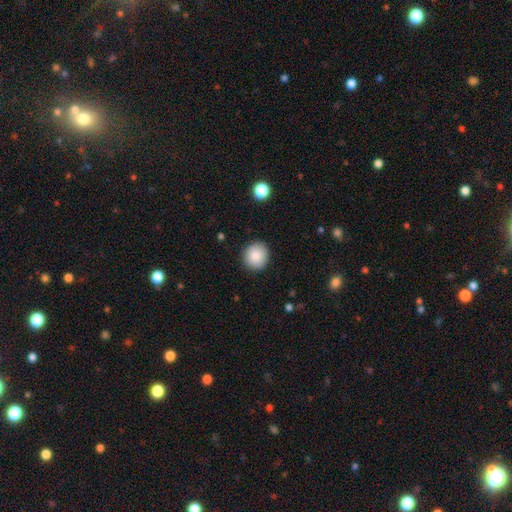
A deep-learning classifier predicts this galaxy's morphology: This appears to be a smooth galaxy with no disk features (87%) that is round (88%). Merging: none (91%).